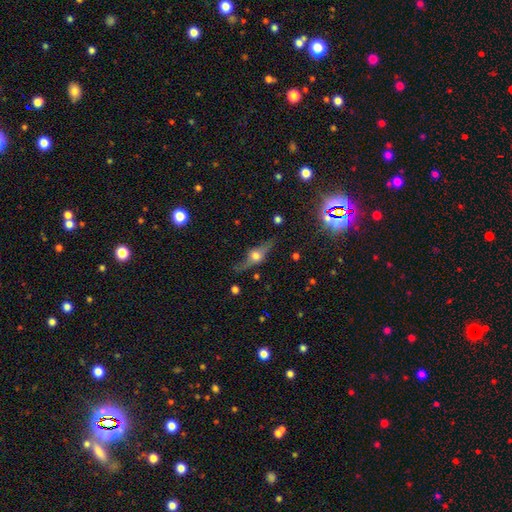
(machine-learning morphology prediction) Smooth or featured: featured or disk — 69% (smooth — 22%)
Edge-on disk: yes — 89% (no — 11%)
Edge-on bulge: rounded — 95% (boxy — 4%)
Merging: none — 72% (minor disturbance — 18%)